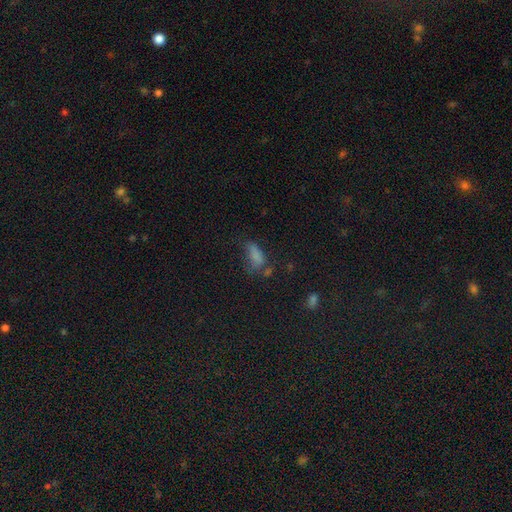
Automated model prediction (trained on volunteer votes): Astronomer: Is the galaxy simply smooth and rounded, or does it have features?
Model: smooth — 72%.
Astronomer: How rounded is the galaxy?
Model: in between — 82%.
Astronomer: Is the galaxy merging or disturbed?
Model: none — 34% (runner-up: major disturbance, 28%).